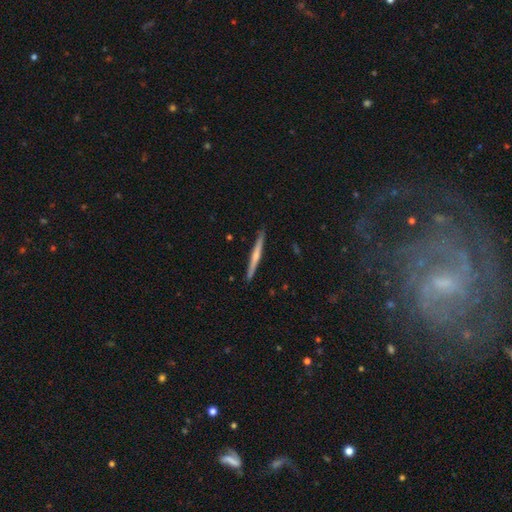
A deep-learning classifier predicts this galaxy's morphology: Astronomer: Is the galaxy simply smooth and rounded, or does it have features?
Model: featured or disk — 56% (runner-up: smooth, 39%).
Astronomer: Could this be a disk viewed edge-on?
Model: yes — 98%.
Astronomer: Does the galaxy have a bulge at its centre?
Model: rounded — 52% (runner-up: none, 40%).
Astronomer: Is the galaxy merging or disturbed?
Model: none — 91%.